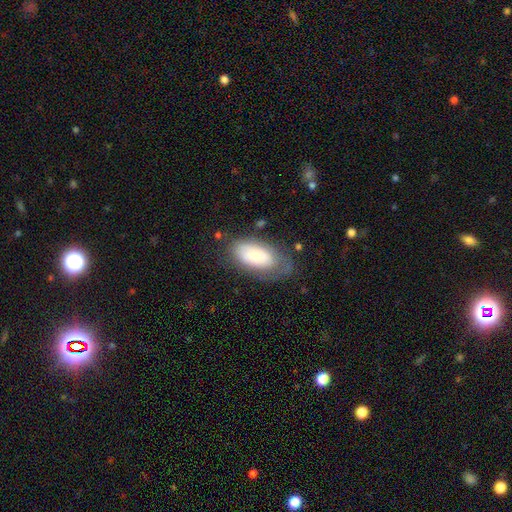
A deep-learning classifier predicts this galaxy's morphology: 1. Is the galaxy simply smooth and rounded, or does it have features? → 65% smooth, 28% featured or disk, 7% star or artifact.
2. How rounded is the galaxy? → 93% in between, 4% cigar-shaped, 3% round.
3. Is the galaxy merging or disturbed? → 52% none, 28% minor disturbance, 18% major disturbance, 2% merger.